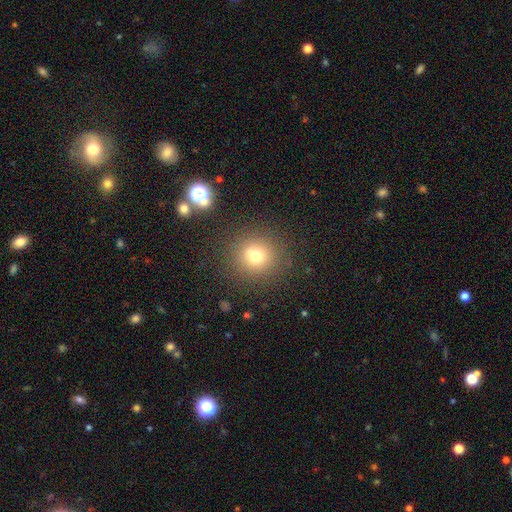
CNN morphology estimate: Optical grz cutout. It shows a smooth galaxy with no disk features (73%) that is round (91%). Merging: none (86%).